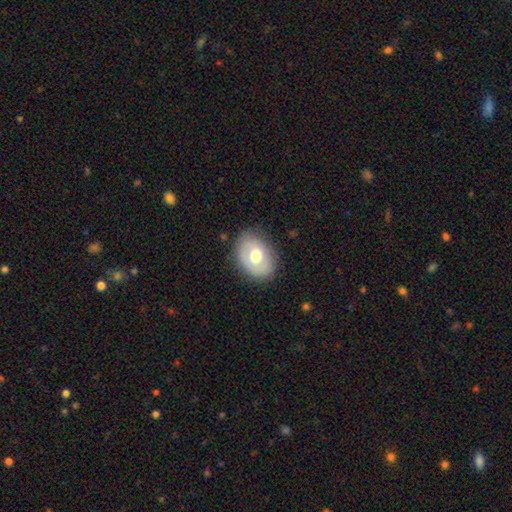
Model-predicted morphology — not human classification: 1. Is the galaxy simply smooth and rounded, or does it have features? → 63% smooth, 30% featured or disk, 7% star or artifact.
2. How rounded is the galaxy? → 70% in between, 29% round, 1% cigar-shaped.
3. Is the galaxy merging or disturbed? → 80% none, 14% minor disturbance, 4% major disturbance, 1% merger.